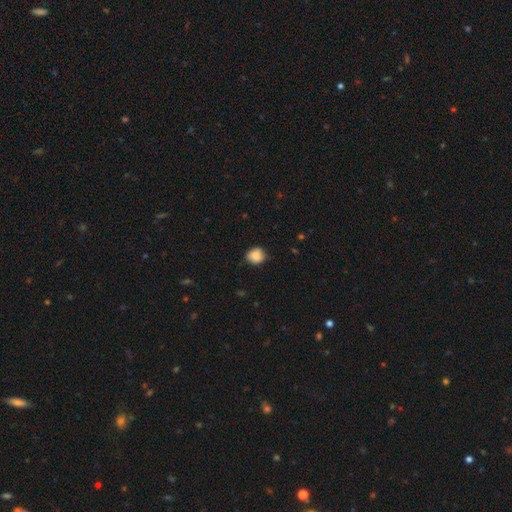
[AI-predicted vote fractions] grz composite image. It shows a smooth galaxy with no disk features (84%) that is round (67%). Merging: none (72%).